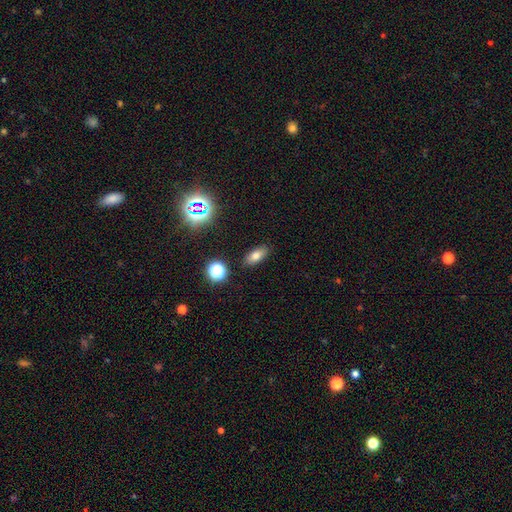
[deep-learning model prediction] Morphology: type=smooth (74%); roundness=in between (81%); merging=none (87%).